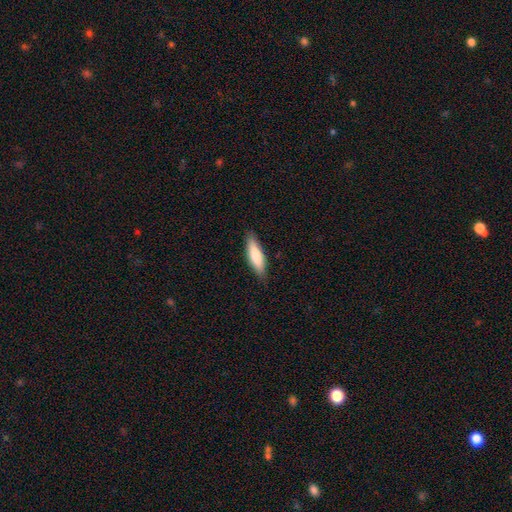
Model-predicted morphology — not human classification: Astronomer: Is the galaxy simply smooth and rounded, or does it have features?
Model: smooth — 77%.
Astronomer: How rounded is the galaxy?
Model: cigar-shaped — 61% (runner-up: in between, 38%).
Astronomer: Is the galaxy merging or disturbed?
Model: none — 86%.